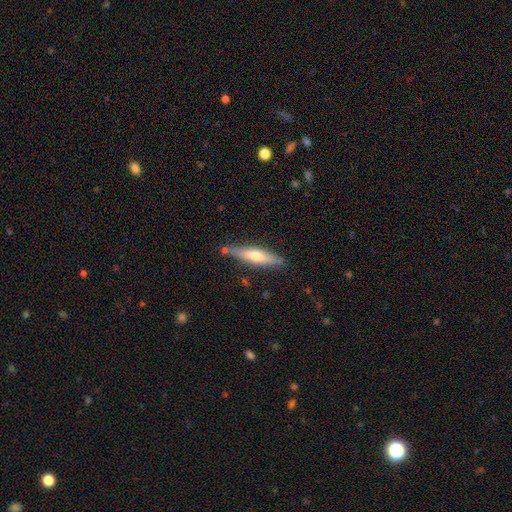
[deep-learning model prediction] Morphology: type=featured or disk (50%); merging=none (81%).